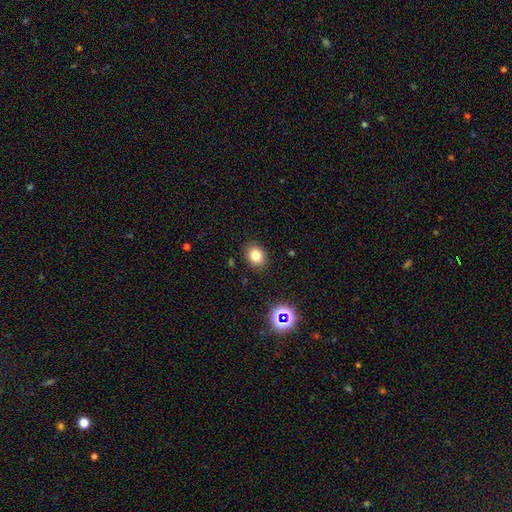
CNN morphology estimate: smooth 79%, star or artifact 14%, featured or disk 7%. Down the decision tree: how rounded — round (53%); merging — none (88%).